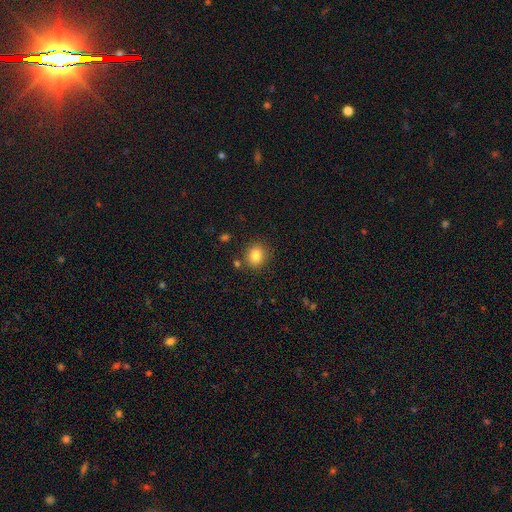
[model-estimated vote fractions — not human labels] smooth 83%, star or artifact 11%, featured or disk 6%. Down the decision tree: how rounded — round (81%); merging — none (84%).